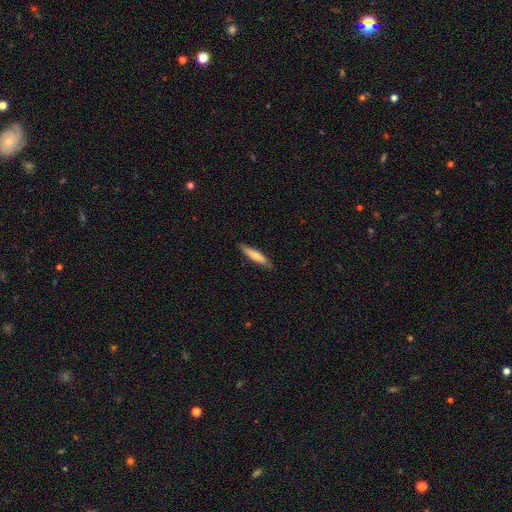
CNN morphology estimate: smooth 68%, featured or disk 27%, star or artifact 5%. Down the decision tree: how rounded — cigar-shaped (86%); merging — none (86%).